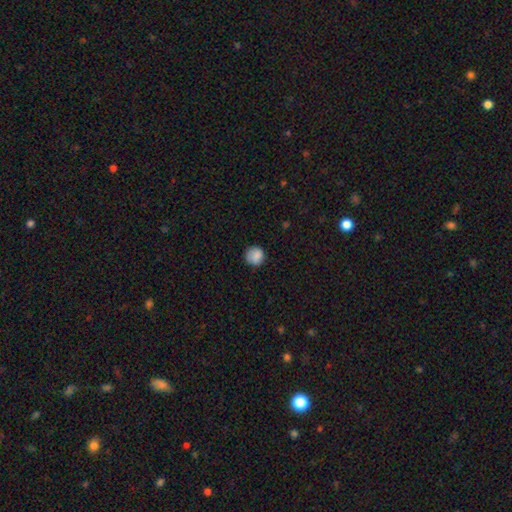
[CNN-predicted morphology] Q: Smooth or featured?
A: smooth (86%); runner-up: star or artifact (9%)
Q: How rounded?
A: round (89%); runner-up: in between (10%)
Q: Merging?
A: none (80%); runner-up: minor disturbance (16%)